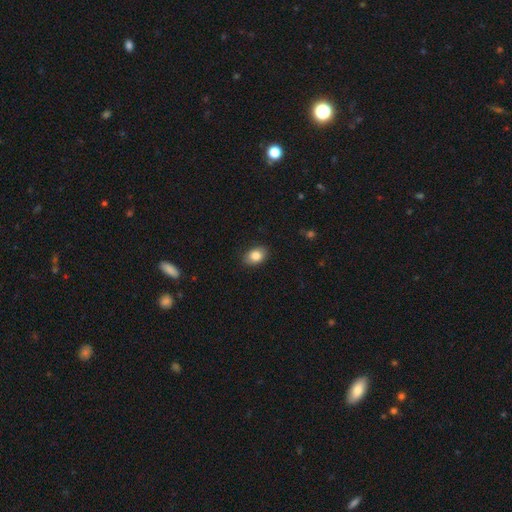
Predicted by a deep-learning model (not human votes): Smooth or featured? smooth (85%)
How rounded? in between (77%)
Merging? none (86%)